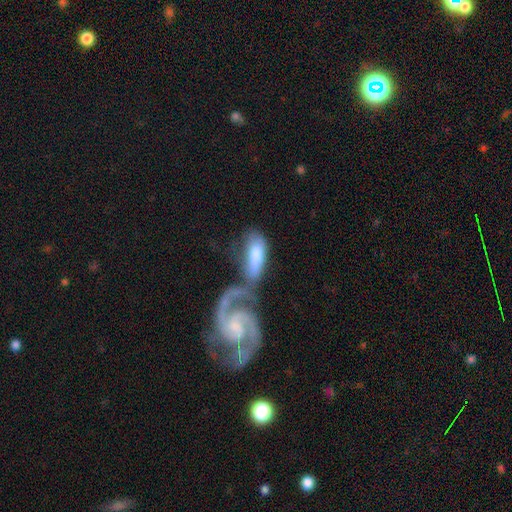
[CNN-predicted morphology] This is possibly a smooth galaxy (59%). How rounded: likely in between (73%). Merging: possibly merger (54%).